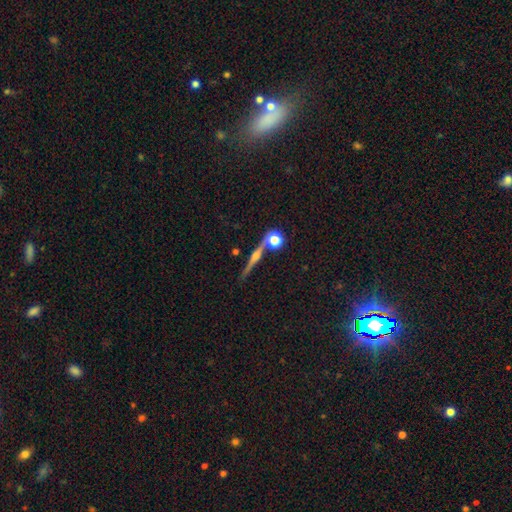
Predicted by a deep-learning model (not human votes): smooth-or-featured: featured or disk: 75% | smooth: 15% | star or artifact: 10%
  disk-edge-on: yes: 96% | no: 4%
    edge-on-bulge: rounded: 90% | boxy: 5% | none: 5%
  merging: none: 78% | merger: 10% | minor disturbance: 9% | major disturbance: 3%